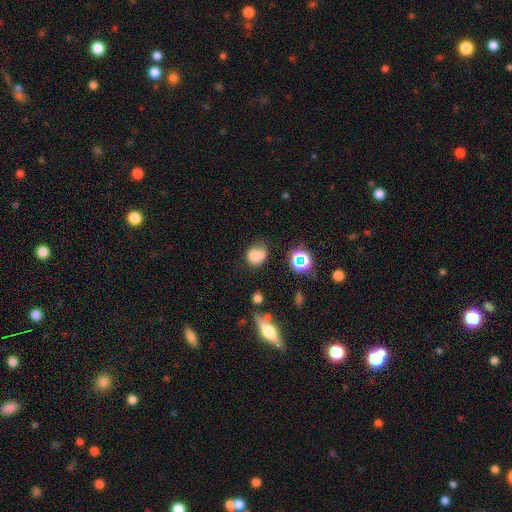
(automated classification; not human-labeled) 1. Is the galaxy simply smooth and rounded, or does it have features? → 70% smooth, 16% star or artifact, 14% featured or disk.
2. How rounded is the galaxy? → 58% round, 41% in between, 1% cigar-shaped.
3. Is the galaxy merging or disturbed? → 43% none, 25% minor disturbance, 18% merger, 13% major disturbance.